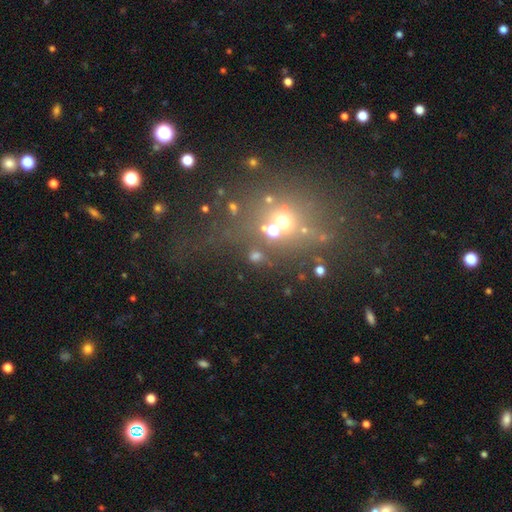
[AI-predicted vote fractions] Smooth or featured?
  - star or artifact: 42% *
  - smooth: 41%
  - featured or disk: 16%